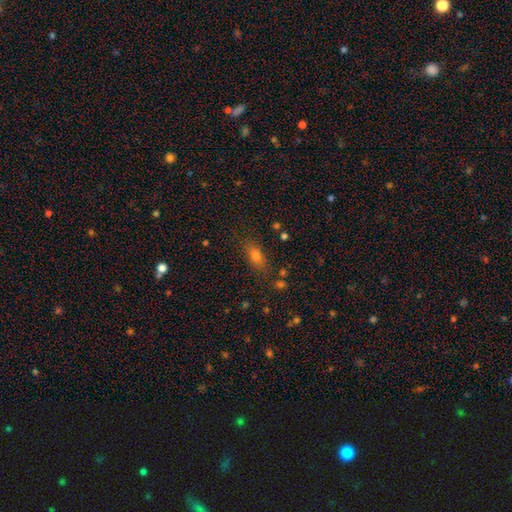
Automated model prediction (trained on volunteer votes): Q: Smooth or featured?
A: smooth (69%); runner-up: star or artifact (18%)
Q: How rounded?
A: in between (73%); runner-up: cigar-shaped (16%)
Q: Merging?
A: none (81%); runner-up: minor disturbance (12%)